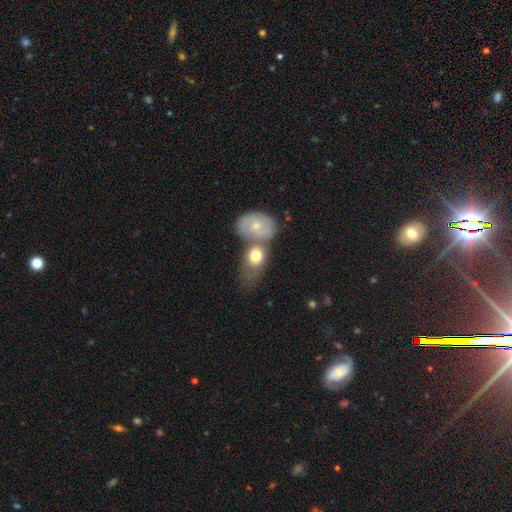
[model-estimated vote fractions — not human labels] This appears to be a smooth galaxy with no disk features (63%) that is in between round and cigar-shaped (73%). Merging: merger (53%).